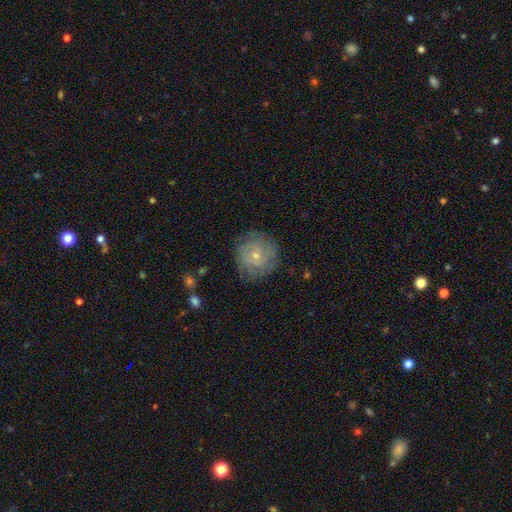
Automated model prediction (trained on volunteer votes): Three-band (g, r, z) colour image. It shows a featured or disk galaxy (49%). Merging: none (81%).